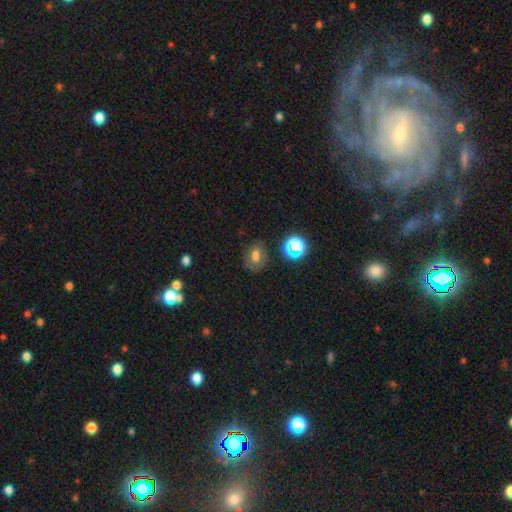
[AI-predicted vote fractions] This is likely a smooth galaxy (61%). How rounded: likely in between (60%). Merging: likely none (73%).